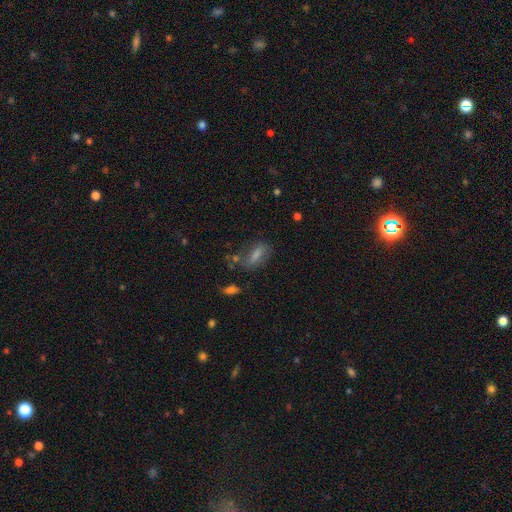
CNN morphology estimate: smooth-or-featured: smooth: 57% | featured or disk: 26% | star or artifact: 17%
  how-rounded: in between: 61% | cigar-shaped: 33% | round: 6%
  merging: none: 63% | minor disturbance: 20% | major disturbance: 10% | merger: 6%